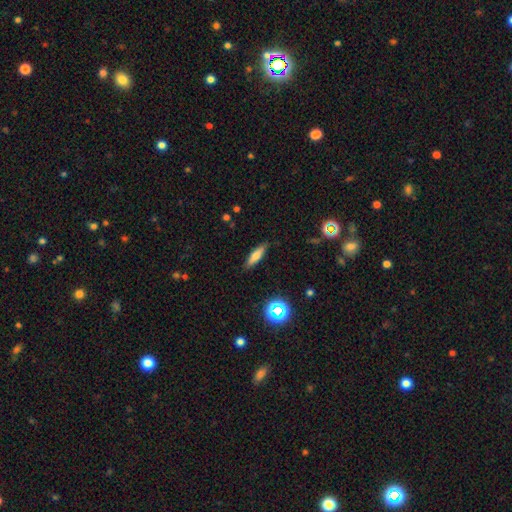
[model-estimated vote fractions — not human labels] This appears to be a smooth galaxy with no disk features (66%) that is cigar-shaped (67%). Merging: none (87%).